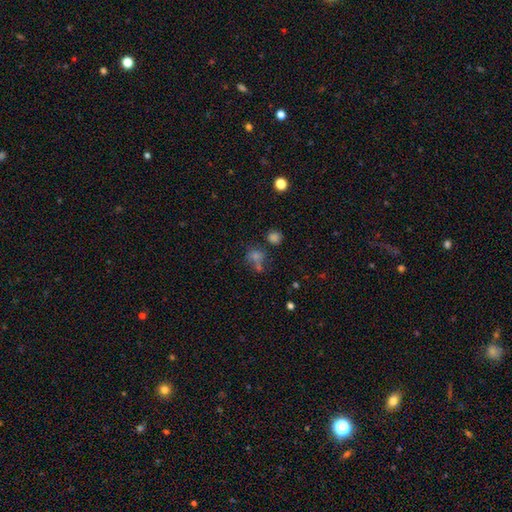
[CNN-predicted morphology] The model was most divided on "smooth or featured": smooth: 52%, star or artifact: 33%, featured or disk: 15%. More confident: how rounded — round (71%); merging — none (53%).